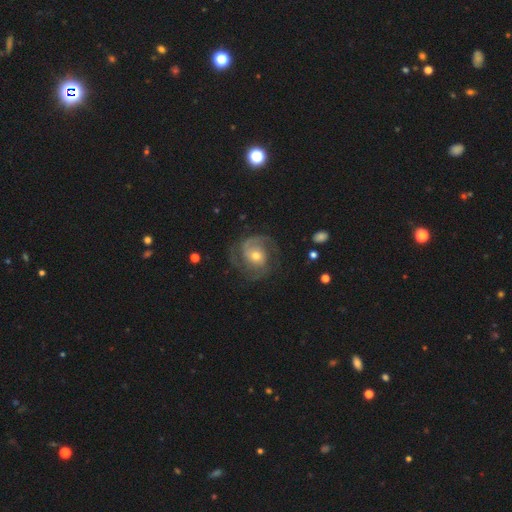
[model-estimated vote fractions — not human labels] This appears to be a featured or disk galaxy (85%) with no bar (67%), 2 (58%) medium (45%) spiral arms (96%) and a moderate central bulge (58%). Merging: none (70%).